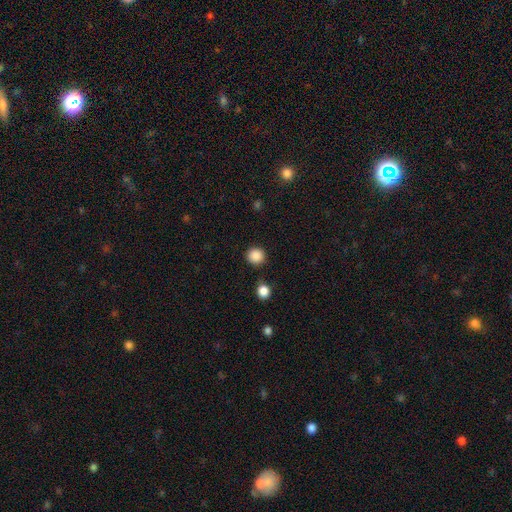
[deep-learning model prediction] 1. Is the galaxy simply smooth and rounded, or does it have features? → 87% smooth, 10% star or artifact, 2% featured or disk.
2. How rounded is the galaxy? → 93% round, 6% in between, 1% cigar-shaped.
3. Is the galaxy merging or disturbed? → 88% none, 7% minor disturbance, 3% merger, 3% major disturbance.